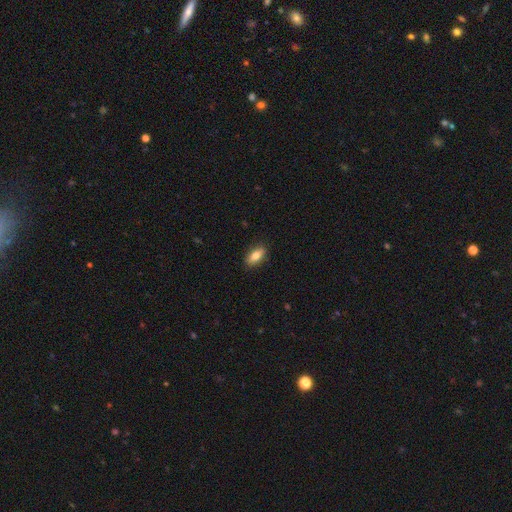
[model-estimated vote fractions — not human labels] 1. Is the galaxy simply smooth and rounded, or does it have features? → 78% smooth, 15% featured or disk, 7% star or artifact.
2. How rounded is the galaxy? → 82% in between, 15% cigar-shaped, 4% round.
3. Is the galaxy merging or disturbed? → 88% none, 9% minor disturbance, 2% major disturbance, 1% merger.